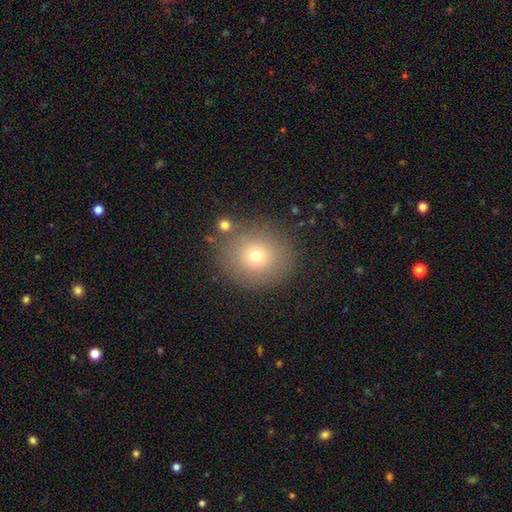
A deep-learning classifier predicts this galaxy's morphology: Q: Smooth or featured?
A: smooth (68%); runner-up: star or artifact (17%)
Q: How rounded?
A: round (82%); runner-up: in between (17%)
Q: Merging?
A: none (83%); runner-up: minor disturbance (9%)